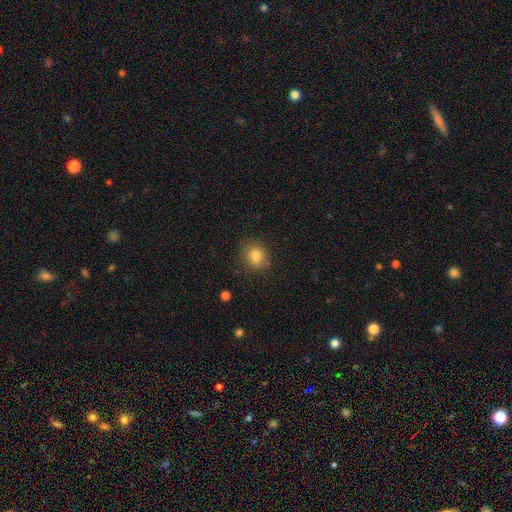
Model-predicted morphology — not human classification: Smooth or featured: smooth — 81% (star or artifact — 11%)
How rounded: round — 75% (in between — 24%)
Merging: none — 80% (minor disturbance — 14%)